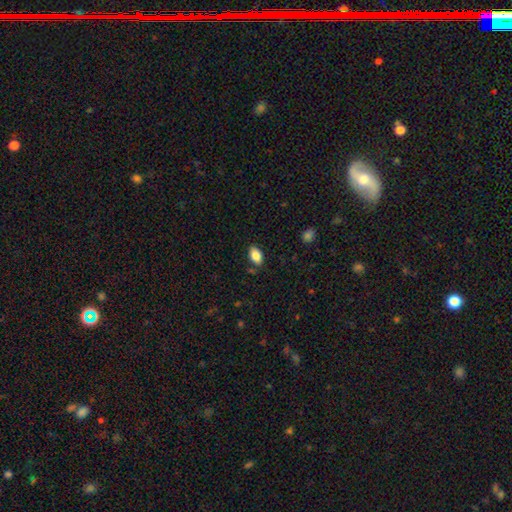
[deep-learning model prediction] Smooth or featured?
  - smooth: 84% *
  - star or artifact: 8%
  - featured or disk: 8%
How rounded?
  - in between: 92% *
  - round: 6%
  - cigar-shaped: 2%
Merging?
  - none: 83% *
  - minor disturbance: 12%
  - major disturbance: 3%
  - merger: 2%